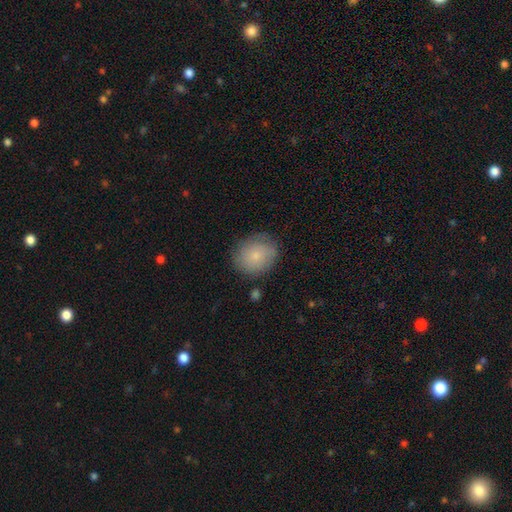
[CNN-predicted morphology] smooth_or_featured: smooth (p=0.79) [alt: featured or disk p=0.14]
how_rounded: round (p=0.70) [alt: in between p=0.29]
merging: none (p=0.78) [alt: minor disturbance p=0.16]